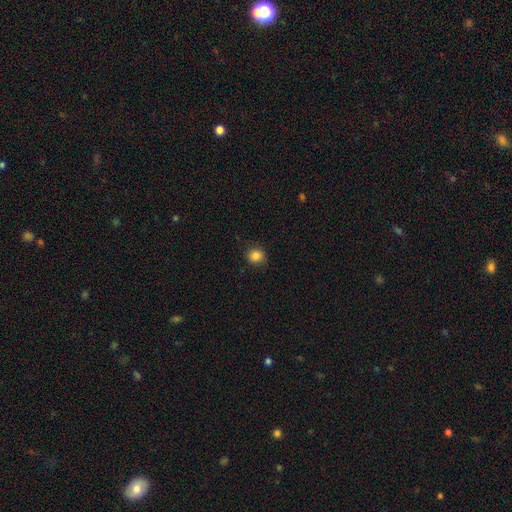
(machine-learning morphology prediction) This appears to be a smooth galaxy with no disk features (85%) that is round (81%). Merging: none (86%).